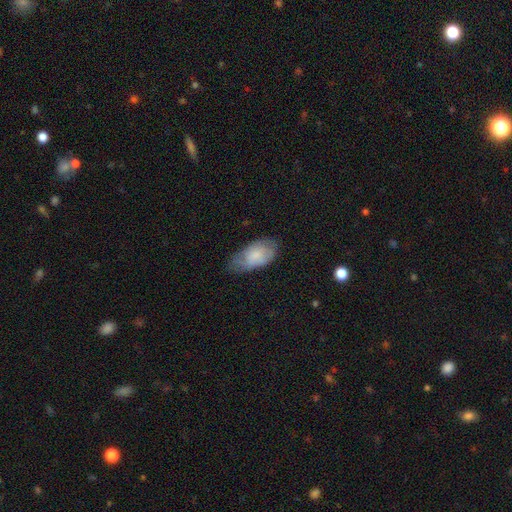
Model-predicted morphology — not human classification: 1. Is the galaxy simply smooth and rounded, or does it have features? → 73% smooth, 21% featured or disk, 6% star or artifact.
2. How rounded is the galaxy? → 94% in between, 3% round, 3% cigar-shaped.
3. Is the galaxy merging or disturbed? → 52% none, 35% minor disturbance, 11% major disturbance, 1% merger.